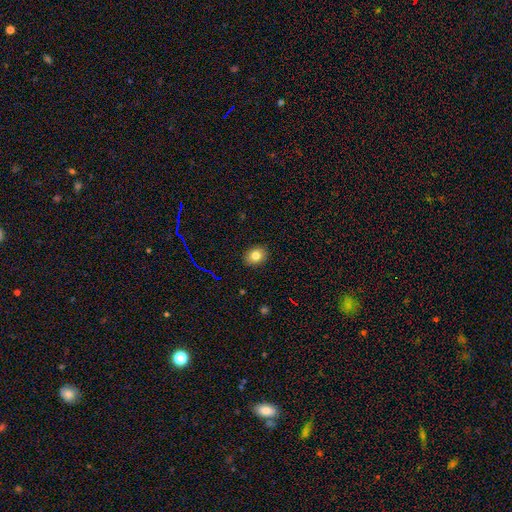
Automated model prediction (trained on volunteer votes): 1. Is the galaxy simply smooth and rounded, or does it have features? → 80% smooth, 11% star or artifact, 9% featured or disk.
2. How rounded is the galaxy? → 54% in between, 45% round, 1% cigar-shaped.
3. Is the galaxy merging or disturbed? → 90% none, 8% minor disturbance, 2% major disturbance, 1% merger.